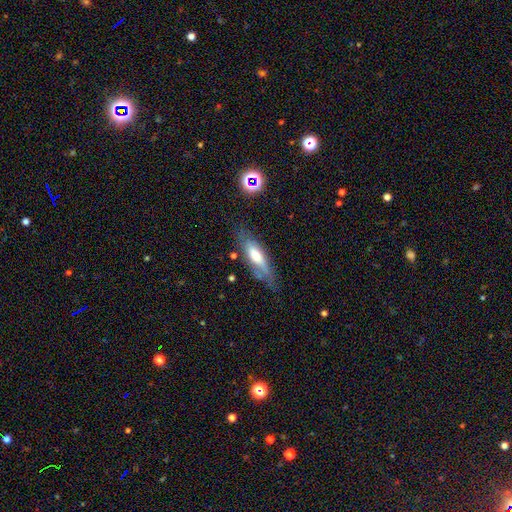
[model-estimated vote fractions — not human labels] Smooth or featured?
  - smooth: 48% *
  - featured or disk: 43%
  - star or artifact: 8%
Merging?
  - none: 62% *
  - minor disturbance: 25%
  - major disturbance: 10%
  - merger: 3%